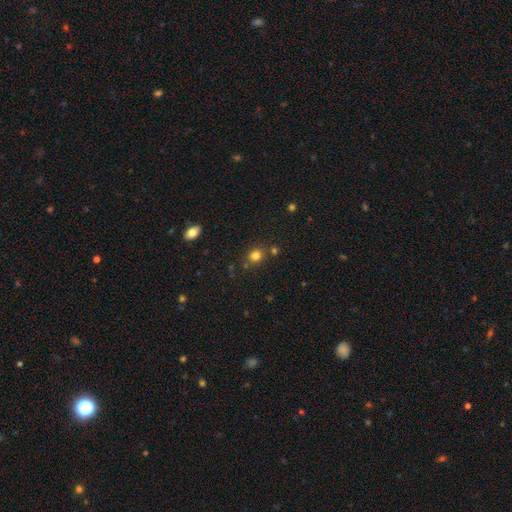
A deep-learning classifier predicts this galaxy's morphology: This is likely a smooth galaxy (79%). How rounded: likely round (74%). Merging: likely none (76%).